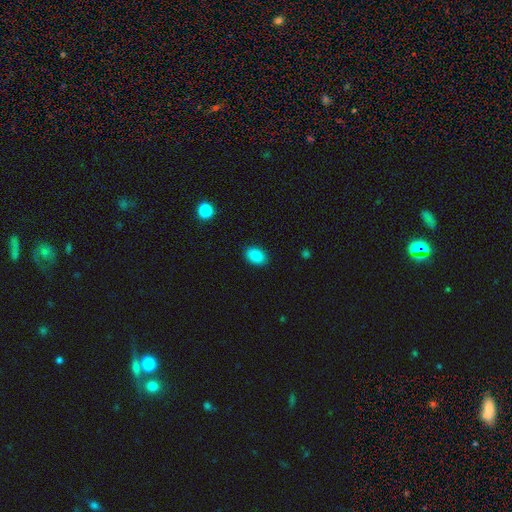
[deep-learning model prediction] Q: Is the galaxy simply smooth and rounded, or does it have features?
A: smooth — 89%.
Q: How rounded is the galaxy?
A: in between — 83%.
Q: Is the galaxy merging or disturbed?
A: none — 88%.